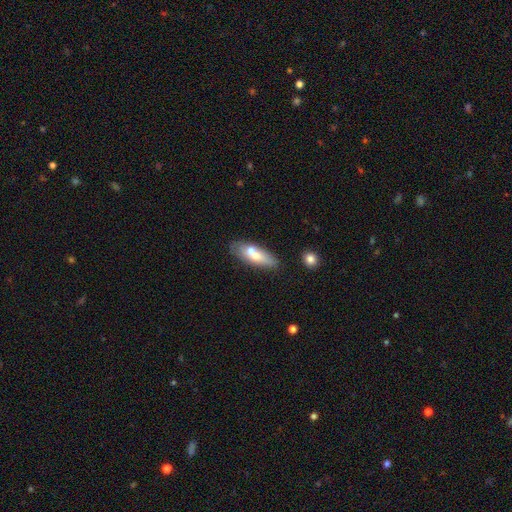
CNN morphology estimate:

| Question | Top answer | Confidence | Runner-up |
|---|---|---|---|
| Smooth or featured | smooth | 62% | featured or disk (31%) |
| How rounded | in between | 54% | cigar-shaped (43%) |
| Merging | none | 60% | merger (21%) |